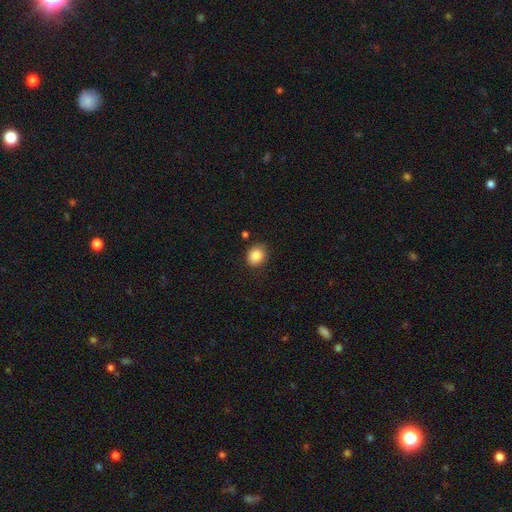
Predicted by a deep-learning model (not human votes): Smooth or featured? smooth (87%)
How rounded? round (65%)
Merging? none (84%)